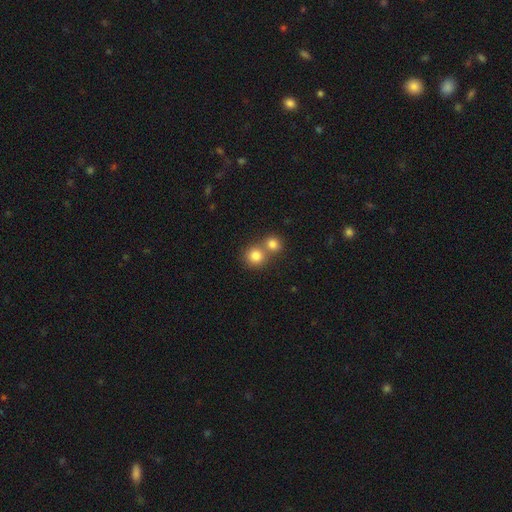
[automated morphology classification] smooth 82%, star or artifact 11%, featured or disk 7%. Down the decision tree: how rounded — round (89%); merging — none (49%).